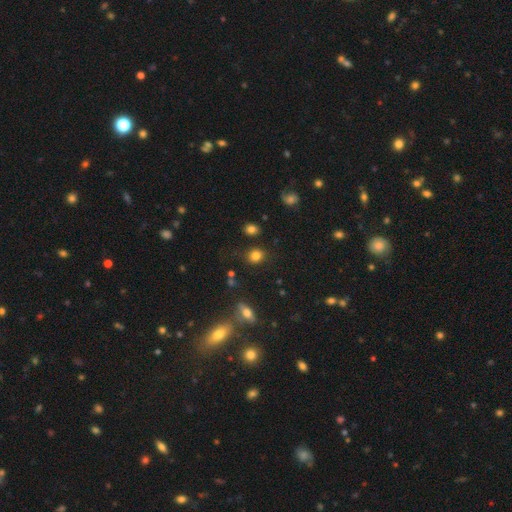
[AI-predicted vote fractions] Q: Smooth or featured?
A: smooth (82%); runner-up: star or artifact (12%)
Q: How rounded?
A: round (71%); runner-up: in between (28%)
Q: Merging?
A: none (82%); runner-up: minor disturbance (10%)